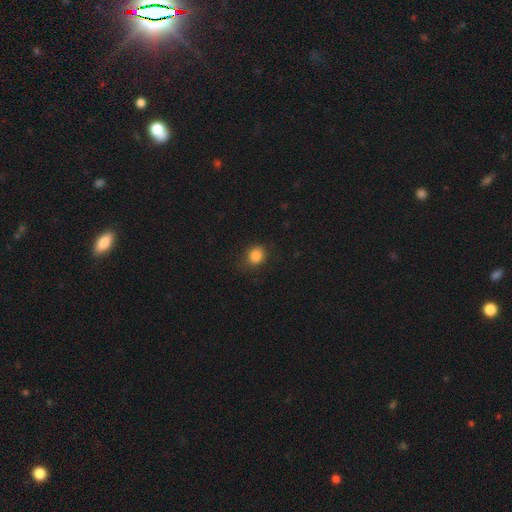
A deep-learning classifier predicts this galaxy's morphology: Smooth or featured? smooth (85%)
How rounded? round (65%)
Merging? none (78%)